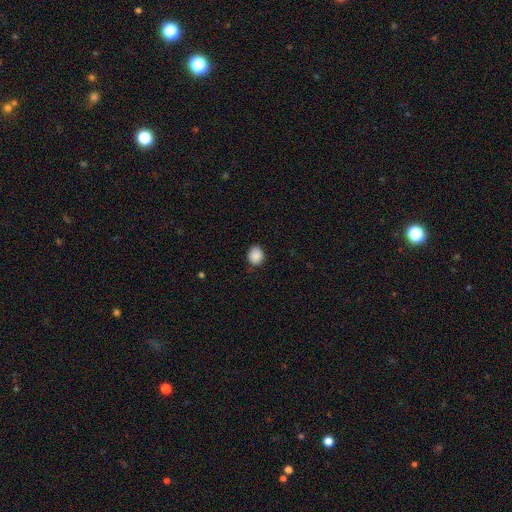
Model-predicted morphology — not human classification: Q: Smooth or featured?
A: smooth (88%); runner-up: star or artifact (9%)
Q: How rounded?
A: round (59%); runner-up: in between (41%)
Q: Merging?
A: none (82%); runner-up: minor disturbance (14%)